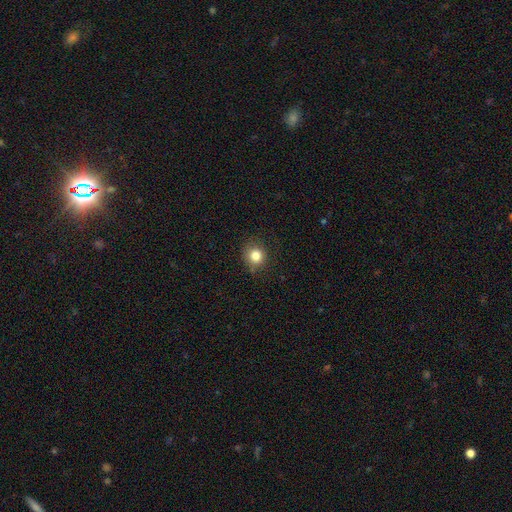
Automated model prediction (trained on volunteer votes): Smooth or featured? smooth (82%)
How rounded? round (88%)
Merging? none (82%)